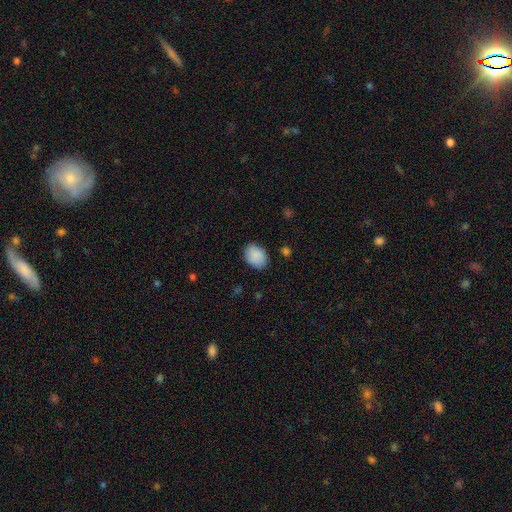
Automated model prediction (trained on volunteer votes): Morphology: type=smooth (89%); roundness=in between (69%); merging=none (82%).